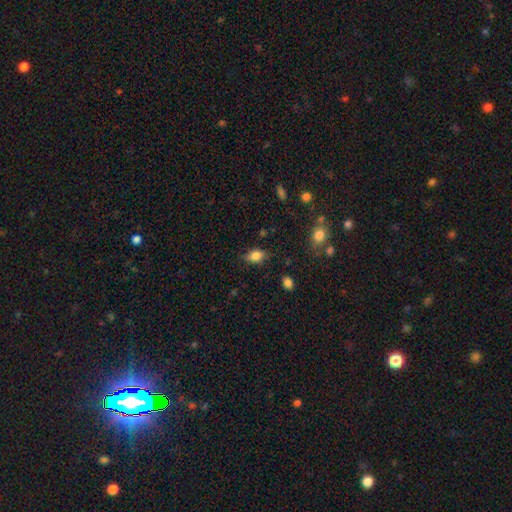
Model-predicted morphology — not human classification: Smooth or featured? smooth (81%)
How rounded? in between (84%)
Merging? none (74%)